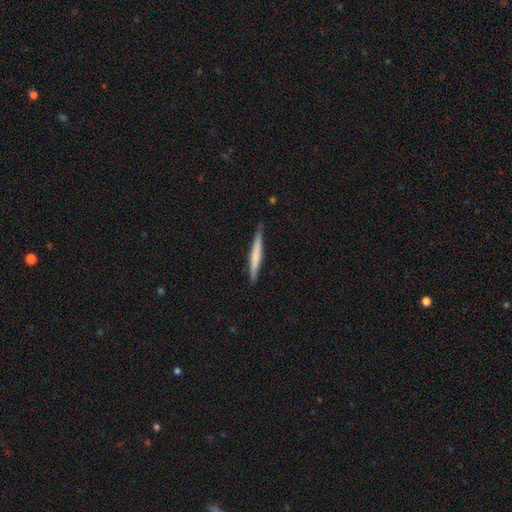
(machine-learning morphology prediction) Smooth or featured? Predicted: smooth (p=0.55). How rounded? Predicted: cigar-shaped (p=0.96). Merging? Predicted: none (p=0.87).